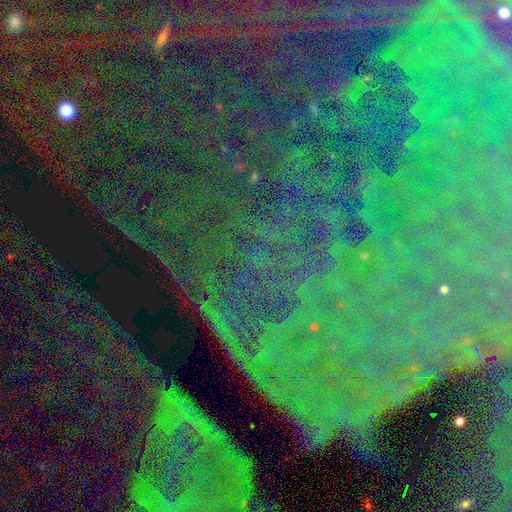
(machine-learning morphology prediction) Smooth or featured? star or artifact (85%)